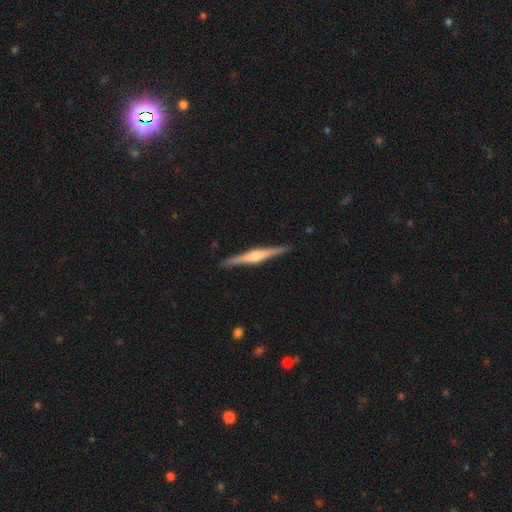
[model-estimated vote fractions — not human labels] smooth_or_featured: featured or disk (p=0.80) [alt: smooth p=0.15]
disk_edge_on: yes (p=0.98) [alt: no p=0.02]
edge_on_bulge: rounded (p=0.85) [alt: boxy p=0.11]
merging: none (p=0.91) [alt: minor disturbance p=0.06]